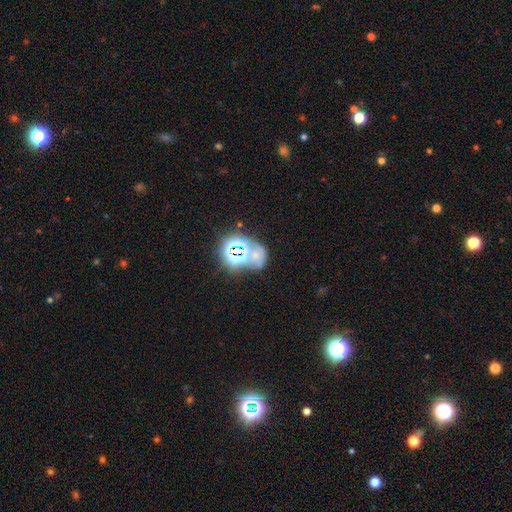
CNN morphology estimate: Smooth or featured?
  - star or artifact: 49% *
  - smooth: 34%
  - featured or disk: 18%